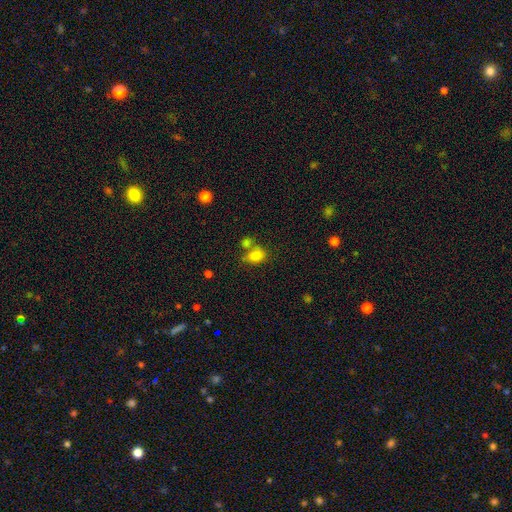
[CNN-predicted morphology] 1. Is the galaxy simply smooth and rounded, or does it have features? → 81% smooth, 11% star or artifact, 8% featured or disk.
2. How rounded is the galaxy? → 62% in between, 37% round, 1% cigar-shaped.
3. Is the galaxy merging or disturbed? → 51% none, 27% merger, 16% minor disturbance, 6% major disturbance.